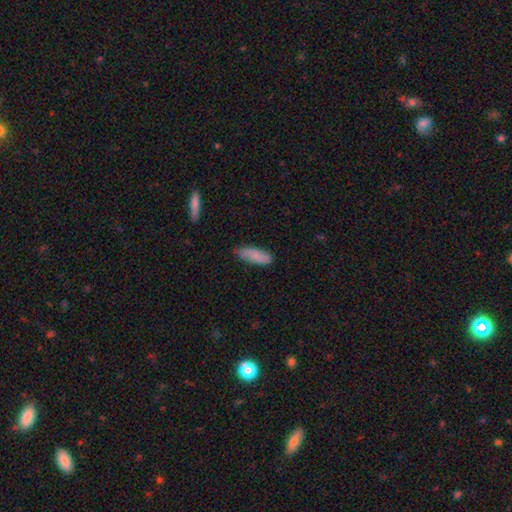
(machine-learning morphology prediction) smooth_or_featured: smooth (p=0.85) [alt: featured or disk p=0.09]
how_rounded: in between (p=0.61) [alt: cigar-shaped p=0.37]
merging: none (p=0.79) [alt: minor disturbance p=0.17]